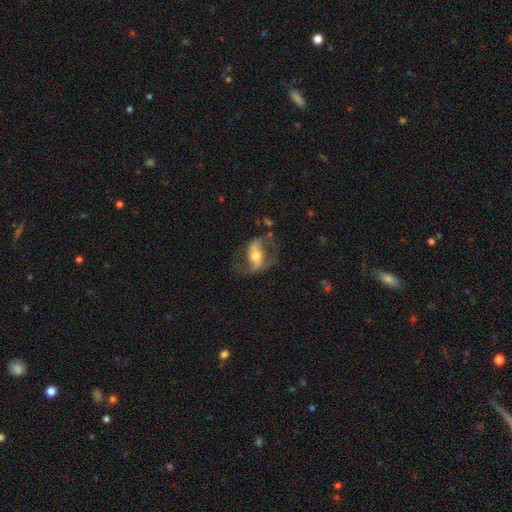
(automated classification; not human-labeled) Smooth or featured: featured or disk — 78% (smooth — 16%)
Edge-on disk: no — 92% (yes — 8%)
Bar: strong — 44% (weak — 33%)
Spiral arms: yes — 83% (no — 17%)
Spiral winding: loose — 48% (medium — 41%)
Spiral arm count: 2 — 86% (can't tell — 6%)
Bulge size: moderate — 64% (small — 22%)
Merging: none — 58% (major disturbance — 21%)